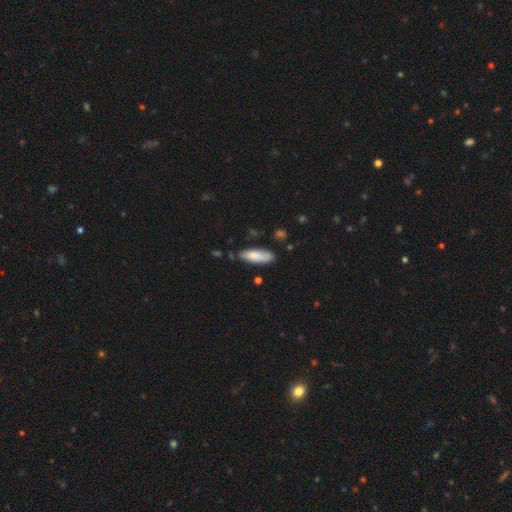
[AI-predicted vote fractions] Smooth or featured? Predicted: smooth (p=0.85). How rounded? Predicted: in between (p=0.61). Merging? Predicted: none (p=0.77).